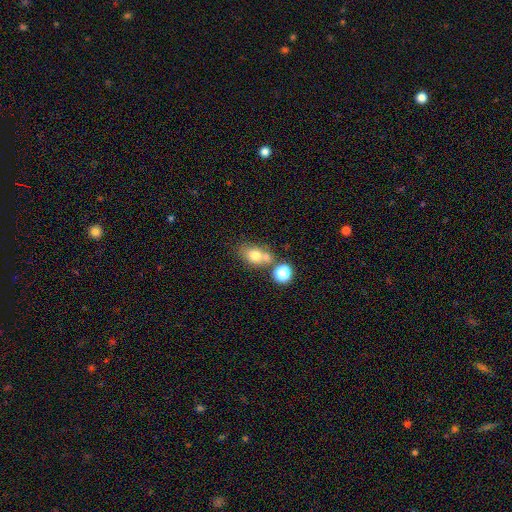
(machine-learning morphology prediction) This is likely a smooth galaxy (74%). How rounded: likely in between (66%). Merging: possibly none (45%).